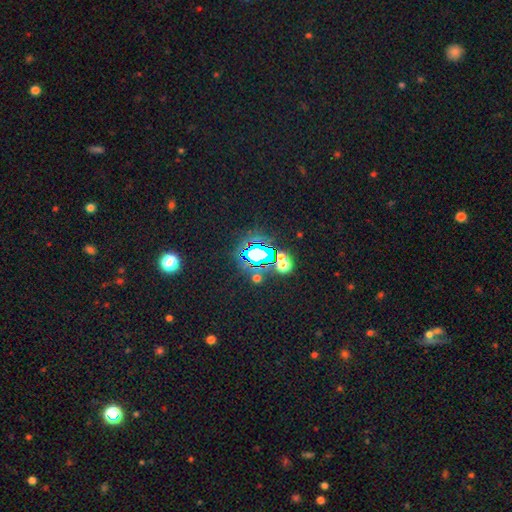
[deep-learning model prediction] Overall: star or artifact (68%).